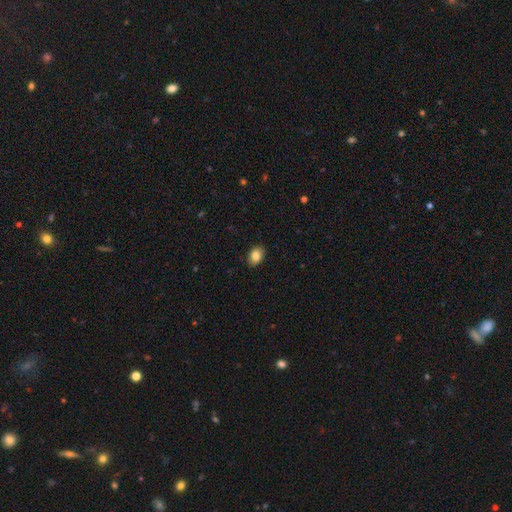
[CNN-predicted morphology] Smooth or featured?
  - smooth: 85% *
  - star or artifact: 8%
  - featured or disk: 7%
How rounded?
  - in between: 80% *
  - round: 19%
  - cigar-shaped: 1%
Merging?
  - none: 88% *
  - minor disturbance: 9%
  - major disturbance: 2%
  - merger: 1%